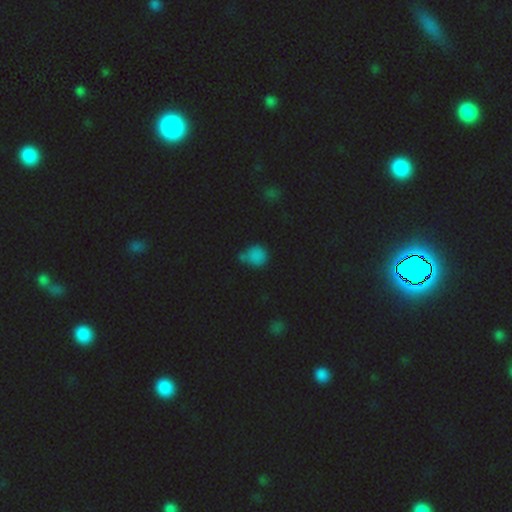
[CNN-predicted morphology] Smooth or featured? Predicted: smooth (p=0.69). How rounded? Predicted: round (p=0.76). Merging? Predicted: none (p=0.51).